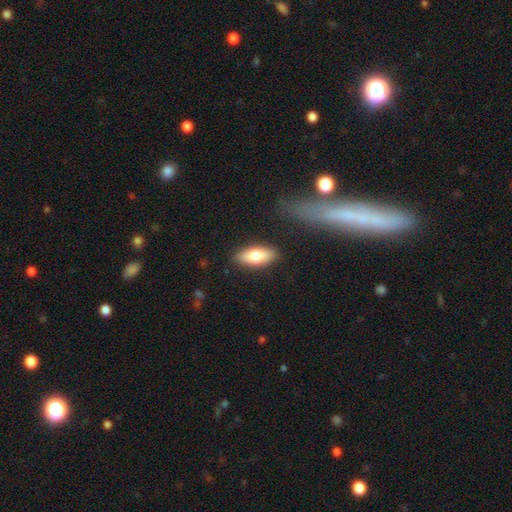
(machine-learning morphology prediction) Smooth or featured: smooth — 71% (featured or disk — 23%)
How rounded: in between — 76% (cigar-shaped — 21%)
Merging: none — 86% (minor disturbance — 10%)